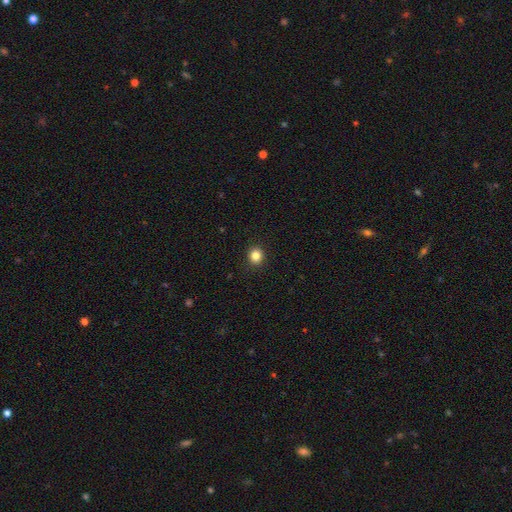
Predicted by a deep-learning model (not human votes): Overall: smooth (84%). How rounded: round (83%). Merging: none (92%).